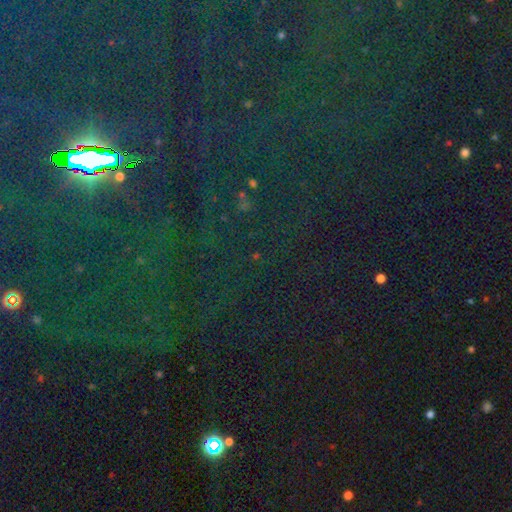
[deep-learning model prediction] Smooth or featured? star or artifact (84%)